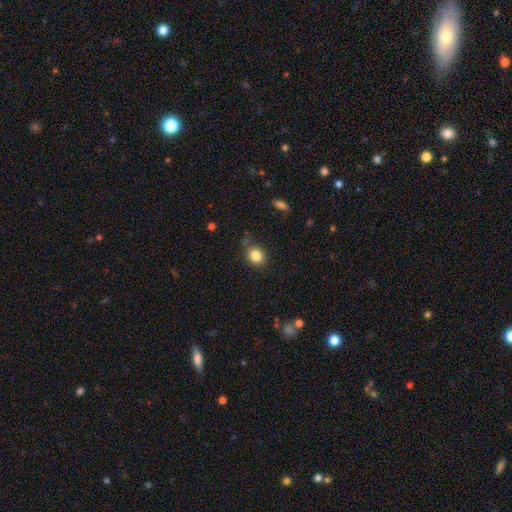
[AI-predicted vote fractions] Smooth or featured?
  - smooth: 84% *
  - star or artifact: 10%
  - featured or disk: 6%
How rounded?
  - round: 71% *
  - in between: 29%
  - cigar-shaped: 1%
Merging?
  - none: 82% *
  - minor disturbance: 11%
  - merger: 3%
  - major disturbance: 3%